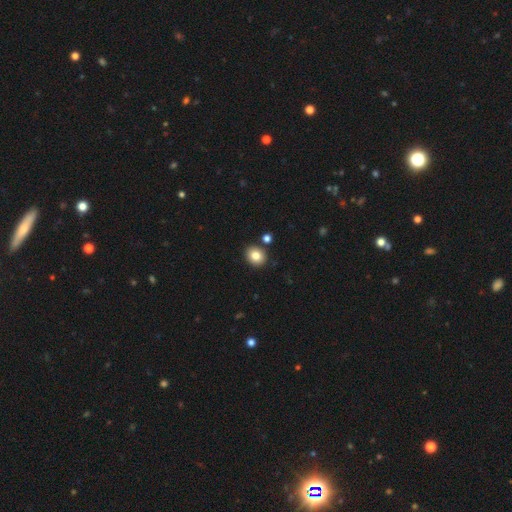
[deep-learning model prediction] Morphology: type=smooth (83%); roundness=round (73%); merging=none (85%).